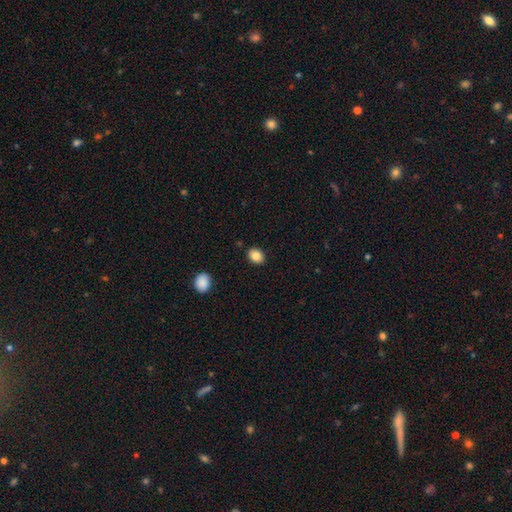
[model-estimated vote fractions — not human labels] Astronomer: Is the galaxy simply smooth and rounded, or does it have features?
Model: smooth — 86%.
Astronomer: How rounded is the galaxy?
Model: in between — 62% (runner-up: round, 38%).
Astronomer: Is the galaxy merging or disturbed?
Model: none — 89%.